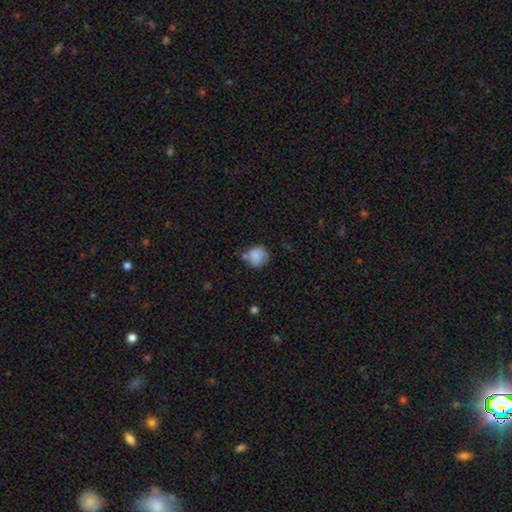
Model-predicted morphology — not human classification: Smooth or featured? Predicted: smooth (p=0.84). How rounded? Predicted: round (p=0.87). Merging? Predicted: none (p=0.62).